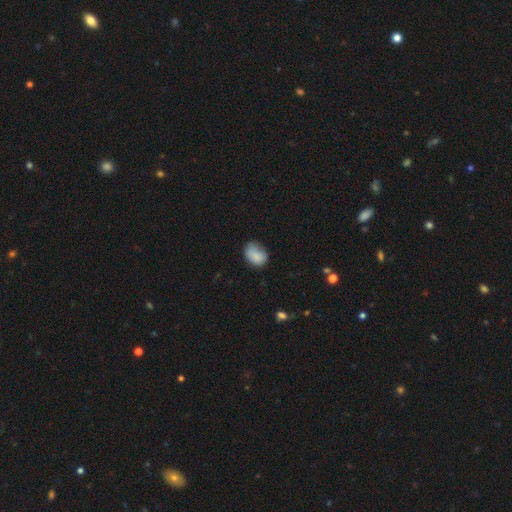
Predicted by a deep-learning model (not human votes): Q: Smooth or featured?
A: smooth (84%); runner-up: star or artifact (9%)
Q: How rounded?
A: in between (69%); runner-up: round (30%)
Q: Merging?
A: none (50%); runner-up: minor disturbance (36%)